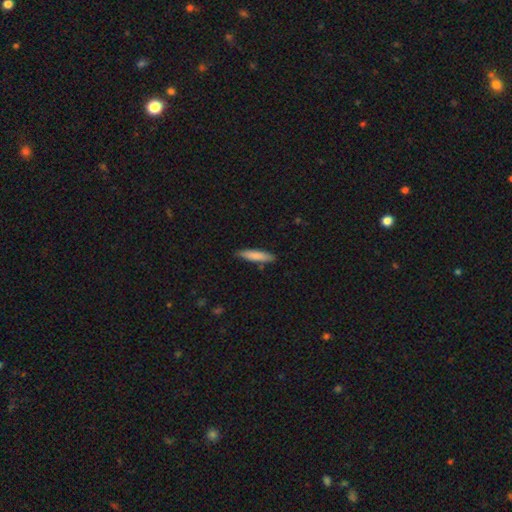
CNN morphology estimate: Smooth or featured? smooth (82%)
How rounded? cigar-shaped (83%)
Merging? none (86%)